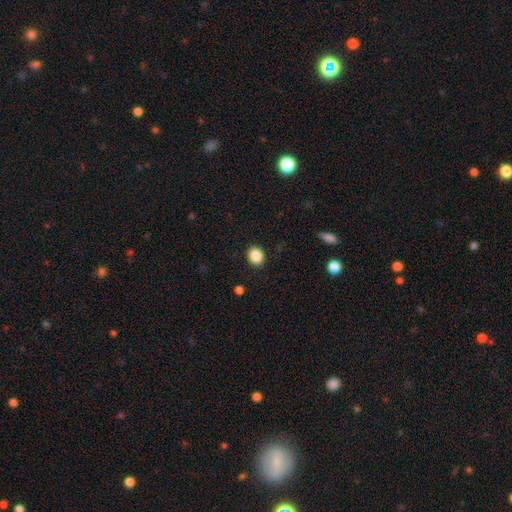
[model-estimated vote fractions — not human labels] A smooth galaxy with no disk features (87%) that is round (64%). Merging: none (91%).